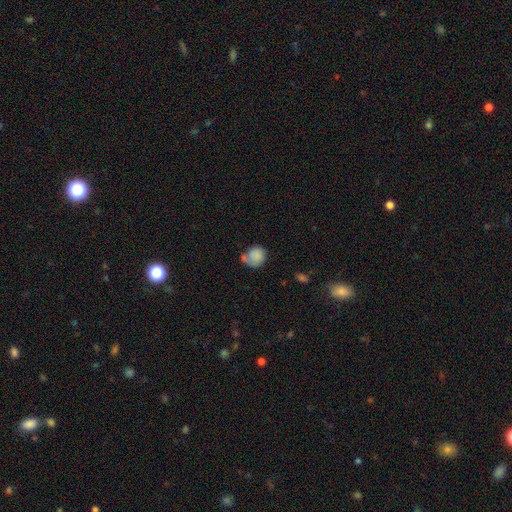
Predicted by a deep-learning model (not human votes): This appears to be a smooth galaxy with no disk features (72%) that is round (72%). Merging: none (40%).